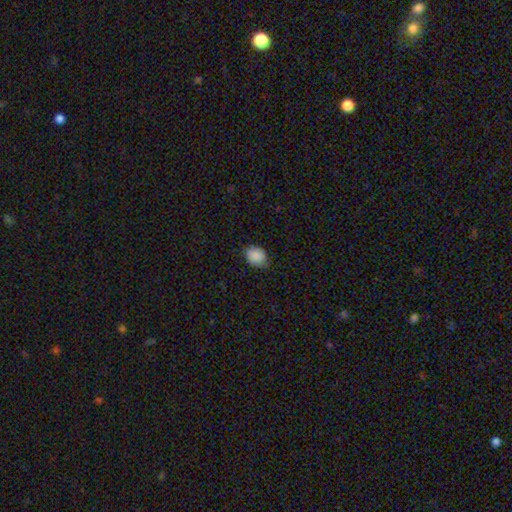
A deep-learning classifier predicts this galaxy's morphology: The model was most divided on "how rounded": in between: 57%, round: 42%, cigar-shaped: 1%. More confident: smooth or featured — smooth (85%); merging — none (71%).